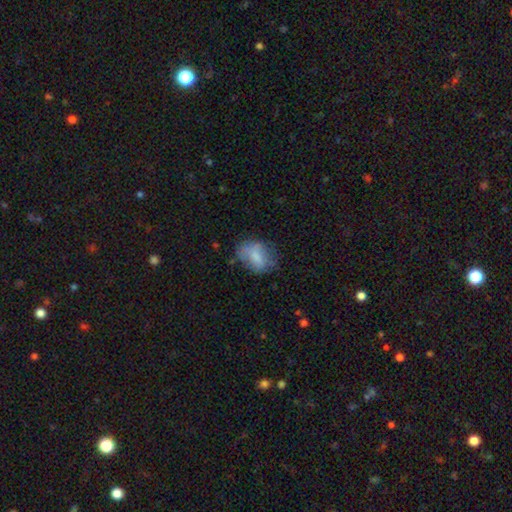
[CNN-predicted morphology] type=smooth (70%); roundness=in between (76%); merging=none (54%).